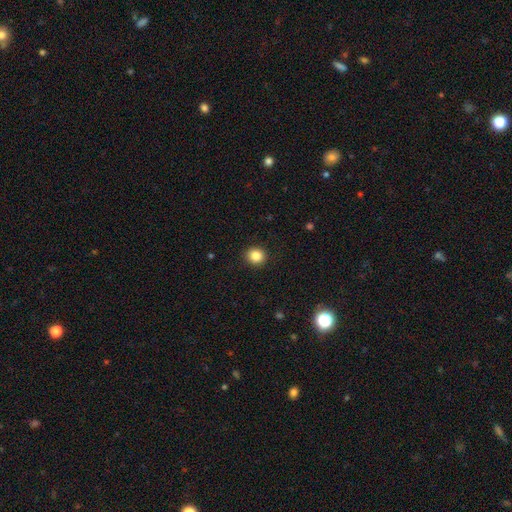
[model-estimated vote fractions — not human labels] Morphology: type=smooth (85%); roundness=round (88%); merging=none (92%).